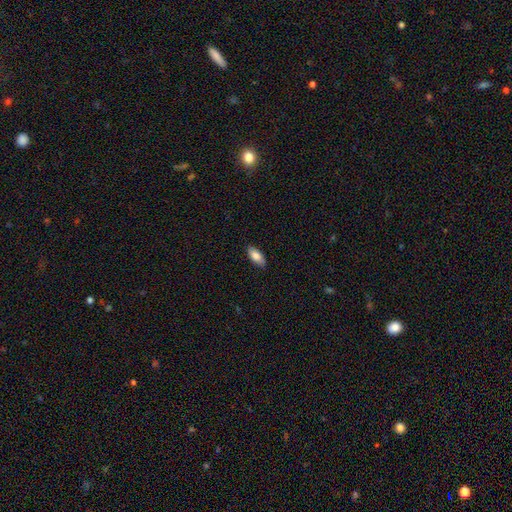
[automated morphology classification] Q: Smooth or featured?
A: smooth (82%); runner-up: featured or disk (12%)
Q: How rounded?
A: in between (88%); runner-up: cigar-shaped (10%)
Q: Merging?
A: none (85%); runner-up: minor disturbance (12%)